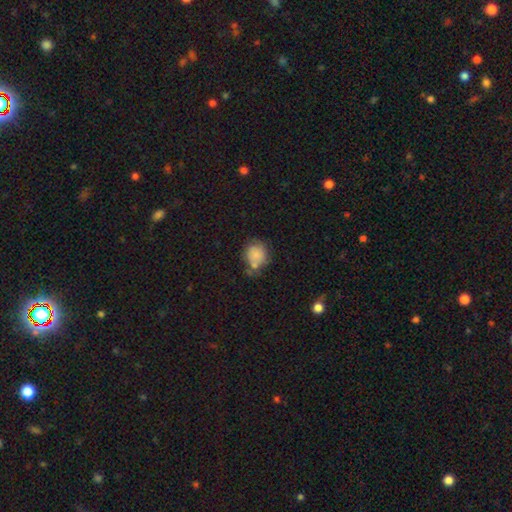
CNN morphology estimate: Smooth or featured?
  - smooth: 77% *
  - featured or disk: 14%
  - star or artifact: 9%
How rounded?
  - round: 71% *
  - in between: 28%
  - cigar-shaped: 1%
Merging?
  - none: 44% *
  - minor disturbance: 25%
  - merger: 21%
  - major disturbance: 10%